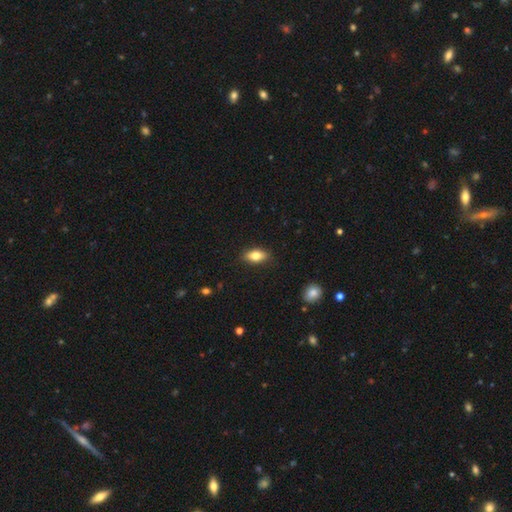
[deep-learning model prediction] smooth_or_featured: smooth (p=0.79) [alt: featured or disk p=0.13]
how_rounded: in between (p=0.87) [alt: cigar-shaped p=0.08]
merging: none (p=0.87) [alt: minor disturbance p=0.10]